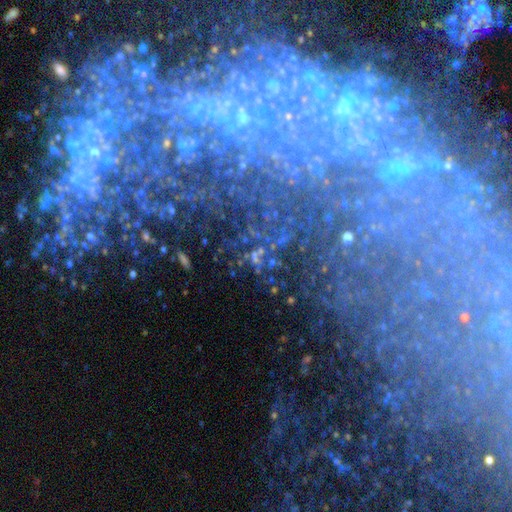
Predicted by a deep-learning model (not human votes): Q: Smooth or featured?
A: star or artifact (52%); runner-up: featured or disk (34%)